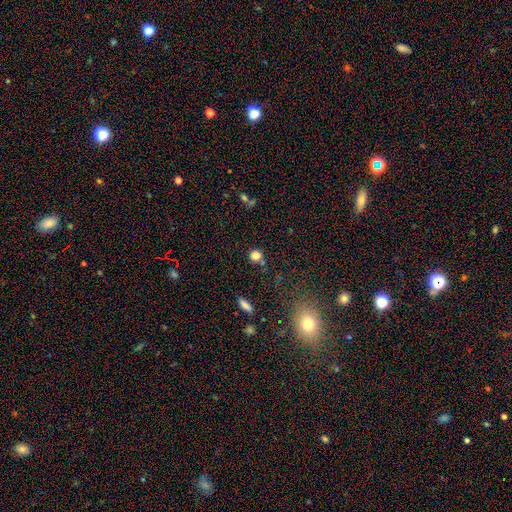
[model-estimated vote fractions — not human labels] Smooth or featured? smooth (80%)
How rounded? round (85%)
Merging? none (72%)